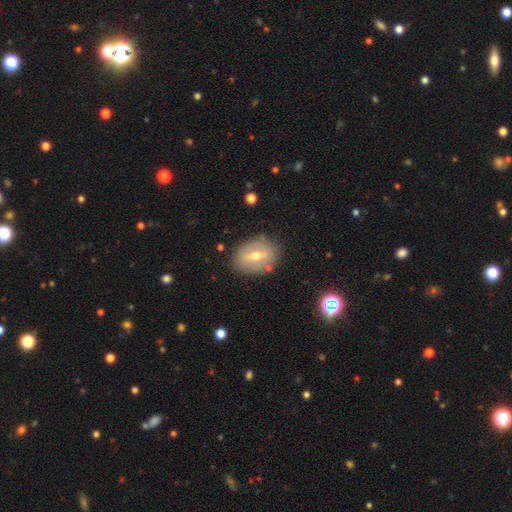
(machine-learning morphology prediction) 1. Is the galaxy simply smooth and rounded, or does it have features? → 48% smooth, 44% featured or disk, 9% star or artifact.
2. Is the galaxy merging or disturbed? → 82% none, 12% minor disturbance, 3% major disturbance, 3% merger.